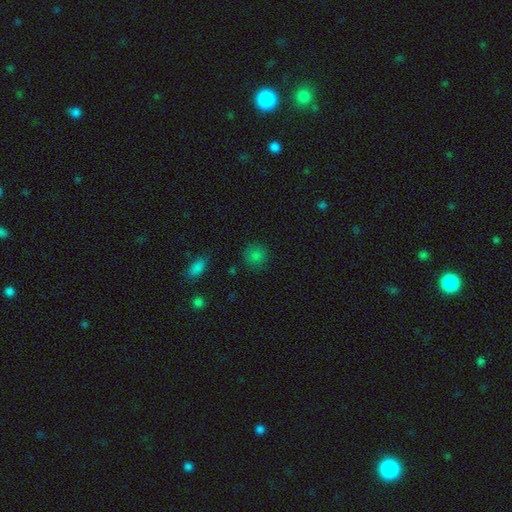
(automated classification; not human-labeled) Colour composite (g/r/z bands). It shows a smooth galaxy with no disk features (82%) that is round (90%). Merging: none (83%).